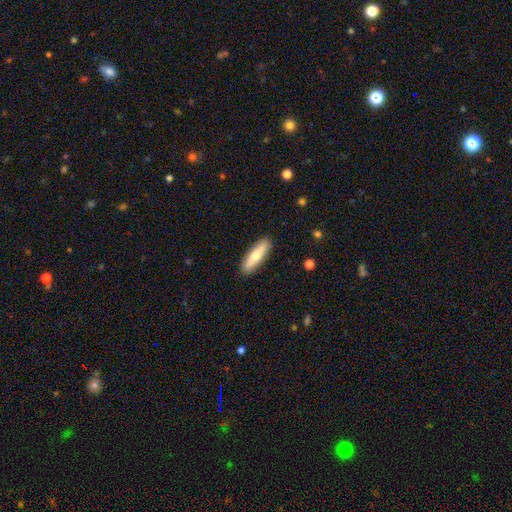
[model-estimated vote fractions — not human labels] Q: Smooth or featured?
A: smooth (65%); runner-up: featured or disk (29%)
Q: How rounded?
A: cigar-shaped (68%); runner-up: in between (31%)
Q: Merging?
A: none (89%); runner-up: minor disturbance (8%)